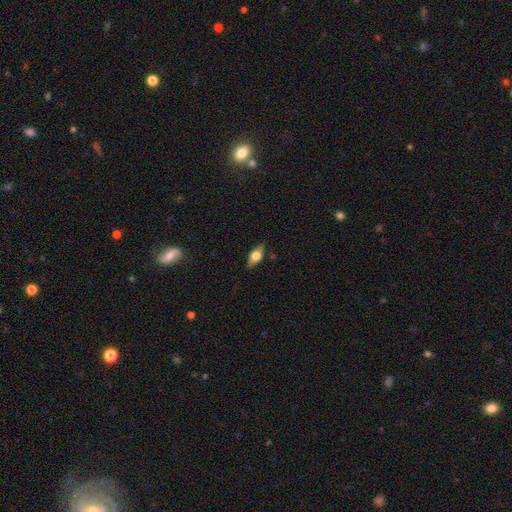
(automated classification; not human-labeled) This appears to be a smooth galaxy with no disk features (49%). Merging: none (83%).